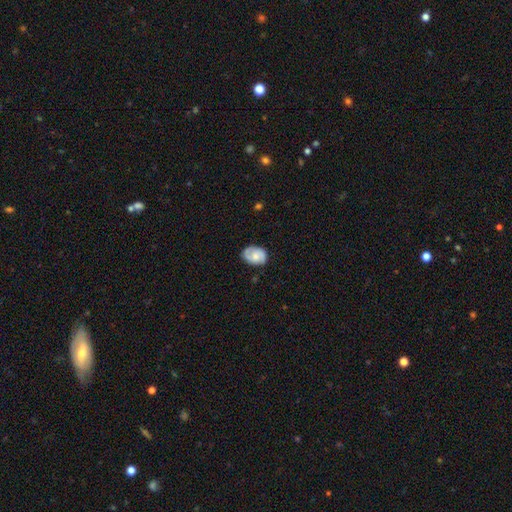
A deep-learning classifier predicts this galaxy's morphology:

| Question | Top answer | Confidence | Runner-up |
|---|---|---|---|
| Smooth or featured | featured or disk | 54% | smooth (40%) |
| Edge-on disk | no | 97% | yes (3%) |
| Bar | no | 63% | weak (31%) |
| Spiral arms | yes | 84% | no (16%) |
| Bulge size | moderate | 49% | small (35%) |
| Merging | none | 74% | minor disturbance (20%) |